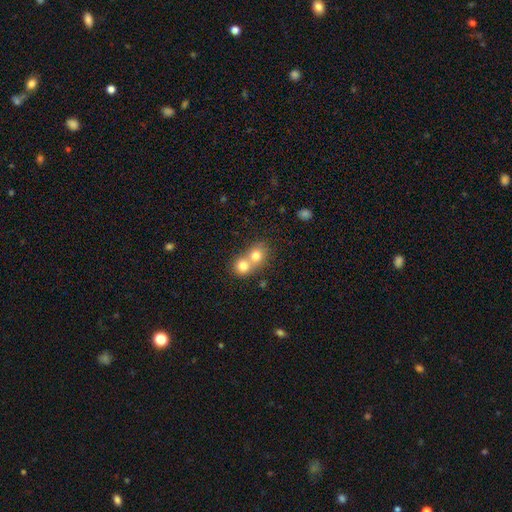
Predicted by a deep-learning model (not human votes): Overall: smooth (76%). How rounded: round (76%). Merging: merger (68%).